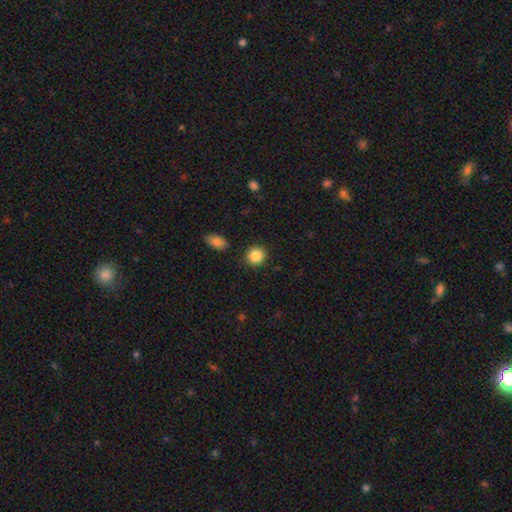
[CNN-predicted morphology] Smooth or featured? smooth (87%)
How rounded? round (86%)
Merging? none (89%)